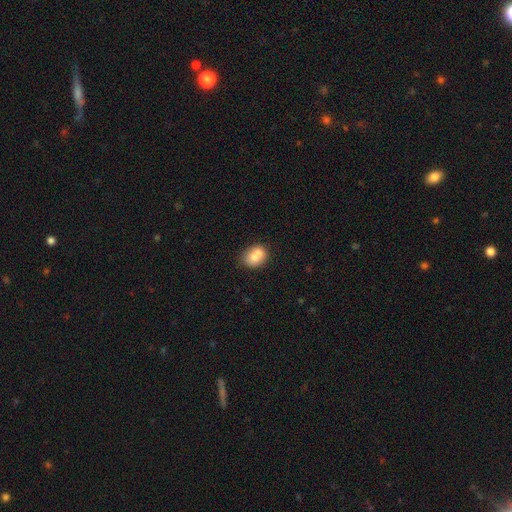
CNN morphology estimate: Q: Smooth or featured?
A: smooth (68%); runner-up: featured or disk (23%)
Q: How rounded?
A: round (55%); runner-up: in between (44%)
Q: Merging?
A: merger (51%); runner-up: none (37%)